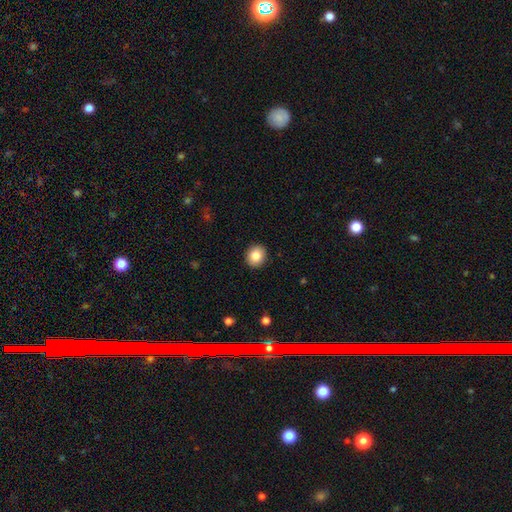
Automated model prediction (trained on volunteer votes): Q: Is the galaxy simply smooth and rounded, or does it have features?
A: smooth — 85%.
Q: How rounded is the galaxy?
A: round — 74%.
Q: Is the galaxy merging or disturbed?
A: none — 92%.